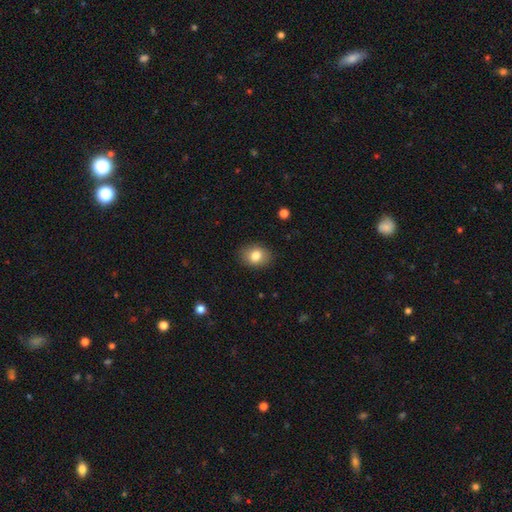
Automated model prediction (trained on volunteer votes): This is clearly a smooth galaxy (82%). How rounded: likely in between (61%). Merging: clearly none (87%).